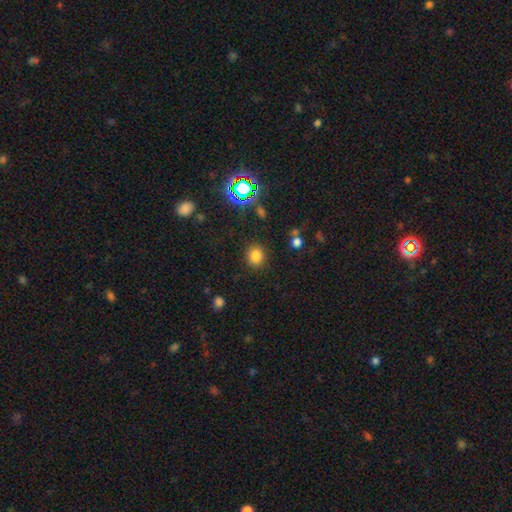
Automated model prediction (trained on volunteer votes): smooth_or_featured: smooth (p=0.78) [alt: star or artifact p=0.16]
how_rounded: round (p=0.81) [alt: in between p=0.18]
merging: none (p=0.86) [alt: minor disturbance p=0.08]